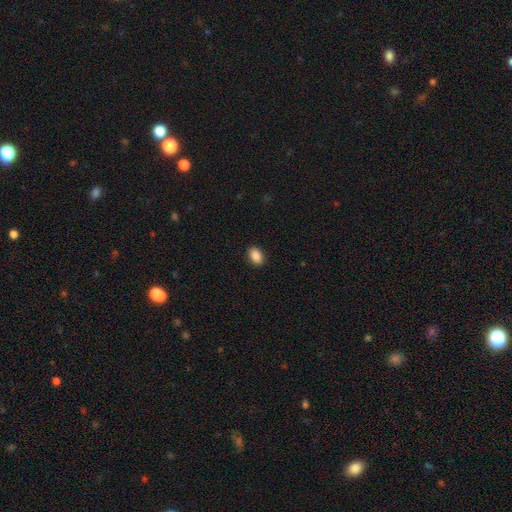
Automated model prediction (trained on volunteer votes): Smooth or featured? Predicted: smooth (p=0.89). How rounded? Predicted: in between (p=0.84). Merging? Predicted: none (p=0.90).